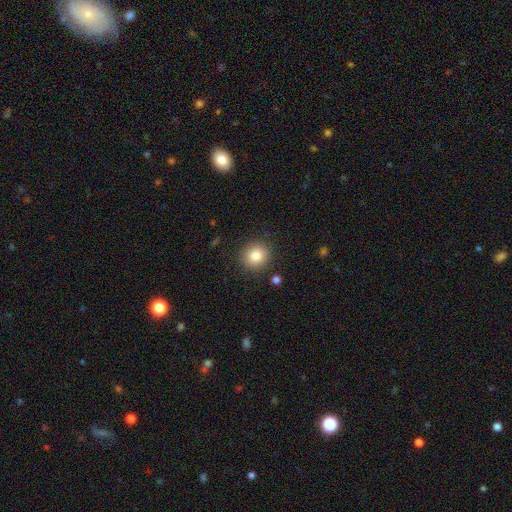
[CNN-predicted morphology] smooth-or-featured: smooth: 84% | star or artifact: 10% | featured or disk: 6%
  how-rounded: round: 87% | in between: 12% | cigar-shaped: 1%
  merging: none: 89% | minor disturbance: 7% | major disturbance: 2% | merger: 2%